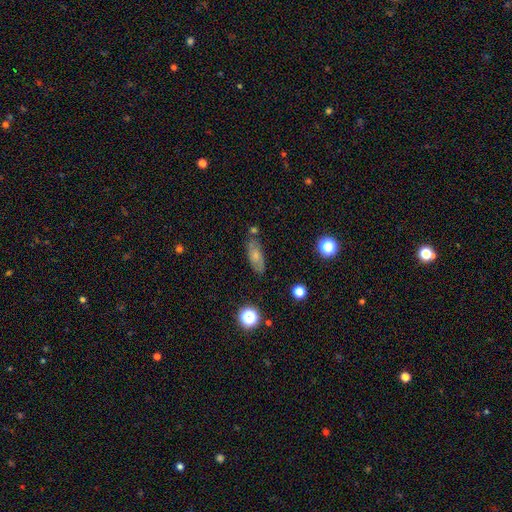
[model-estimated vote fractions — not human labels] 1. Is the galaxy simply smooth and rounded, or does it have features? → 61% smooth, 27% featured or disk, 11% star or artifact.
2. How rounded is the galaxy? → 72% in between, 22% cigar-shaped, 6% round.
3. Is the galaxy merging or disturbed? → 72% none, 17% minor disturbance, 6% merger, 5% major disturbance.